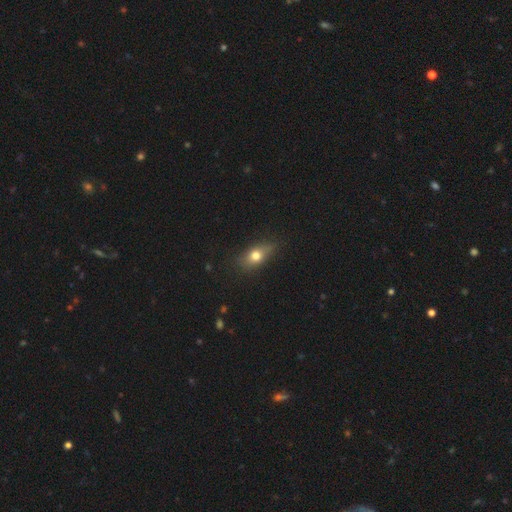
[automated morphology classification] Smooth or featured? Predicted: smooth (p=0.69). How rounded? Predicted: in between (p=0.69). Merging? Predicted: none (p=0.75).